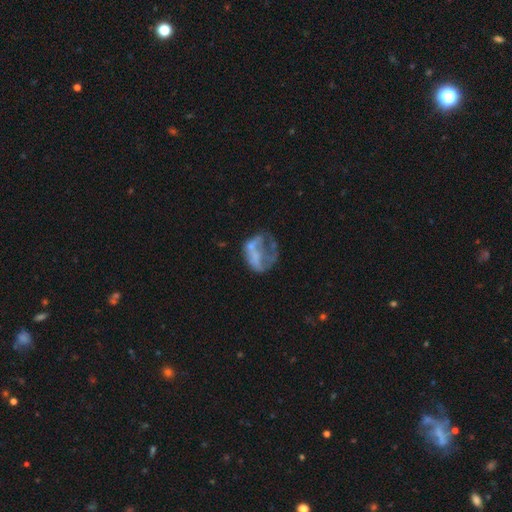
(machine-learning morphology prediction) Smooth or featured: featured or disk — 54% (smooth — 34%)
Edge-on disk: no — 98% (yes — 2%)
Bar: no — 84% (weak — 11%)
Spiral arms: no — 87% (yes — 13%)
Bulge size: none — 72% (small — 13%)
Merging: major disturbance — 45% (none — 27%)